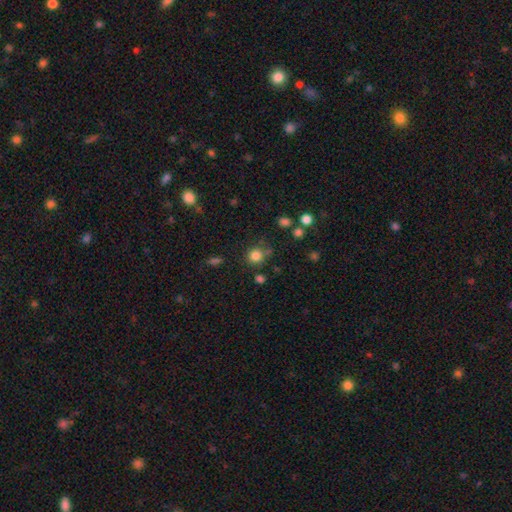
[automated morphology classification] smooth-or-featured: smooth: 81% | star or artifact: 14% | featured or disk: 6%
  how-rounded: round: 90% | in between: 9% | cigar-shaped: 1%
  merging: none: 76% | minor disturbance: 11% | merger: 8% | major disturbance: 4%